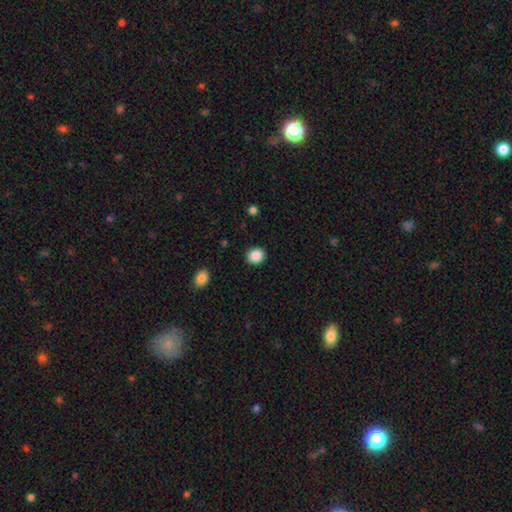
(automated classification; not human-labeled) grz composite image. It shows a smooth galaxy with no disk features (88%) that is round (77%). Merging: none (91%).